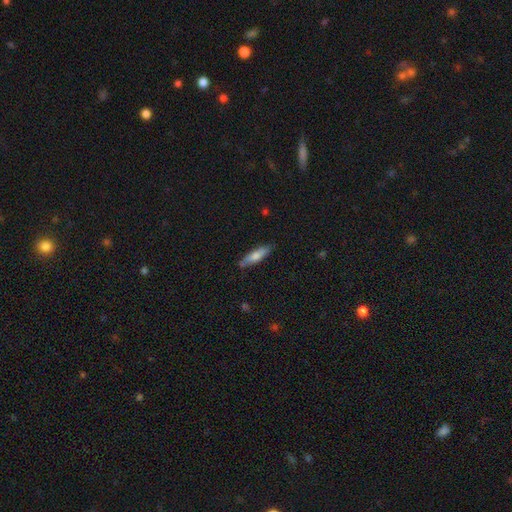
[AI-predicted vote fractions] Smooth or featured? smooth (65%)
How rounded? cigar-shaped (71%)
Merging? none (82%)